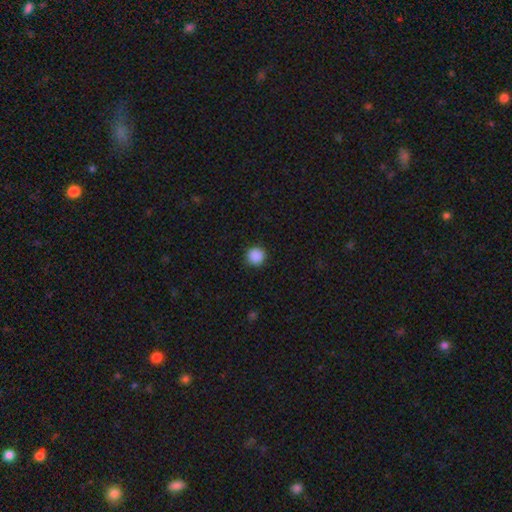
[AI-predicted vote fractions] Smooth or featured: smooth — 89% (star or artifact — 9%)
How rounded: round — 95% (in between — 4%)
Merging: none — 91% (minor disturbance — 6%)